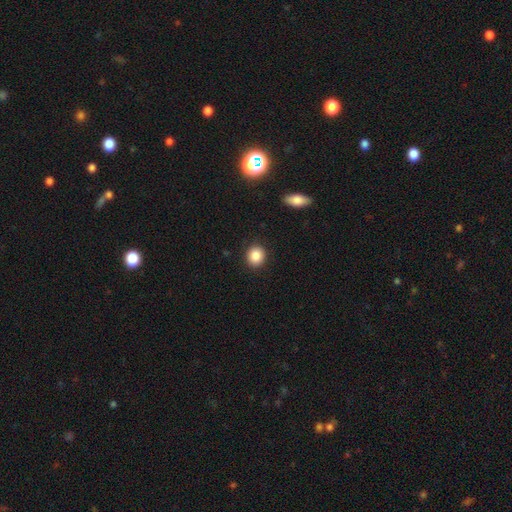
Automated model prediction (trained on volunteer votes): Morphology: type=smooth (87%); roundness=round (83%); merging=none (90%).